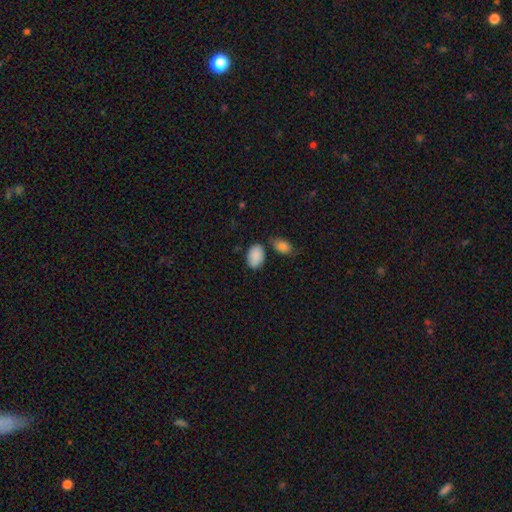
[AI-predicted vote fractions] A smooth galaxy with no disk features (89%) that is in between round and cigar-shaped (90%). Merging: none (68%).